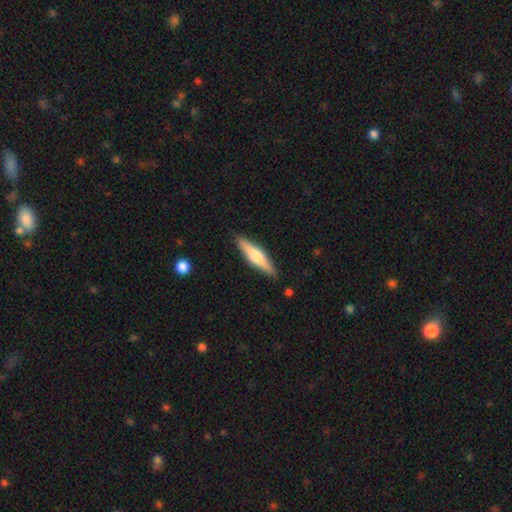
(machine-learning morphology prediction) The model was most divided on "smooth or featured": smooth: 50%, featured or disk: 44%, star or artifact: 6%. More confident: merging — none (88%); how rounded — cigar-shaped (78%).